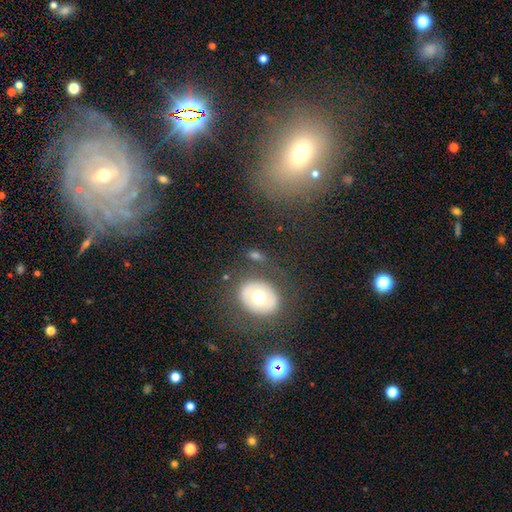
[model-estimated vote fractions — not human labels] Q: Smooth or featured?
A: smooth (56%); runner-up: featured or disk (35%)
Q: How rounded?
A: in between (55%); runner-up: round (43%)
Q: Merging?
A: none (77%); runner-up: minor disturbance (12%)